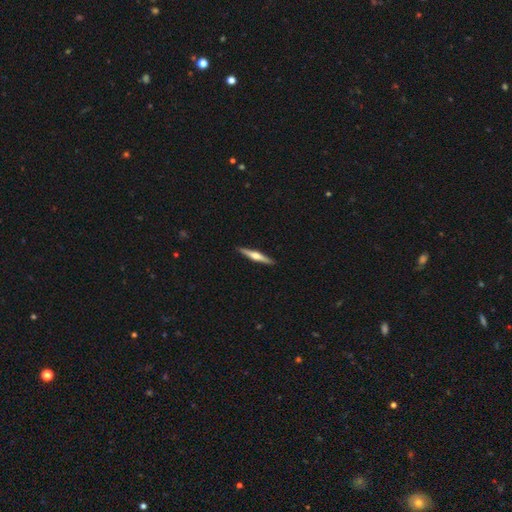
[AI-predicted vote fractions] Smooth or featured? Predicted: featured or disk (p=0.65). Edge-on disk? Predicted: yes (p=0.98). Edge-on bulge? Predicted: rounded (p=0.89). Merging? Predicted: none (p=0.92).